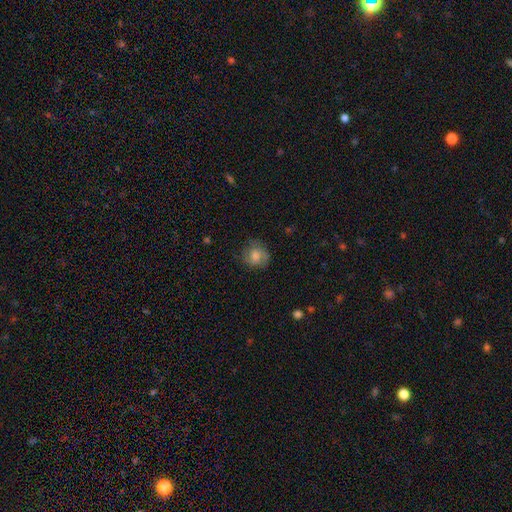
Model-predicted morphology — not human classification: Q: Smooth or featured?
A: smooth (62%); runner-up: featured or disk (30%)
Q: How rounded?
A: round (78%); runner-up: in between (21%)
Q: Merging?
A: none (70%); runner-up: minor disturbance (21%)